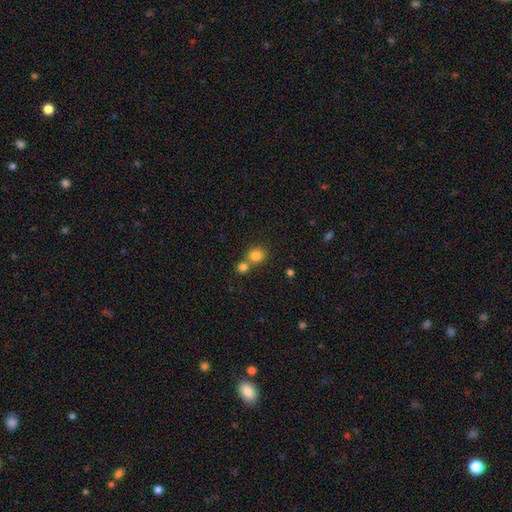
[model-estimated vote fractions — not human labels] smooth-or-featured: smooth: 81% | star or artifact: 12% | featured or disk: 7%
  how-rounded: round: 81% | in between: 18% | cigar-shaped: 1%
  merging: none: 51% | merger: 40% | minor disturbance: 7% | major disturbance: 2%